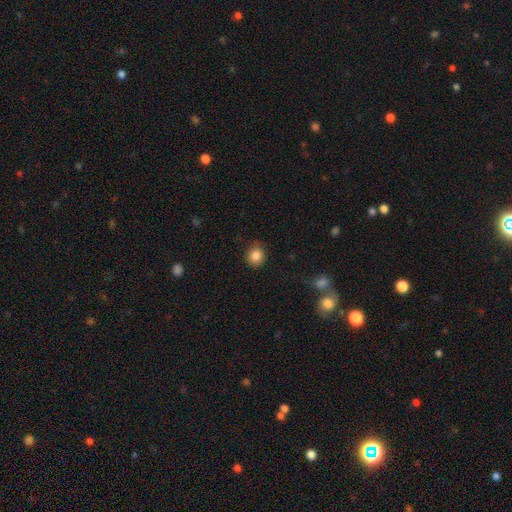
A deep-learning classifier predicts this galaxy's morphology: type=smooth (84%); roundness=round (86%); merging=none (85%).